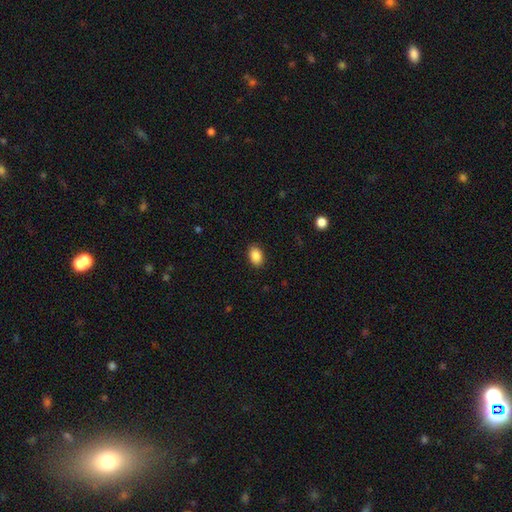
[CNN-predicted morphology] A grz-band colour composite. It shows a smooth galaxy with no disk features (88%) that is in between round and cigar-shaped (85%). Merging: none (89%).